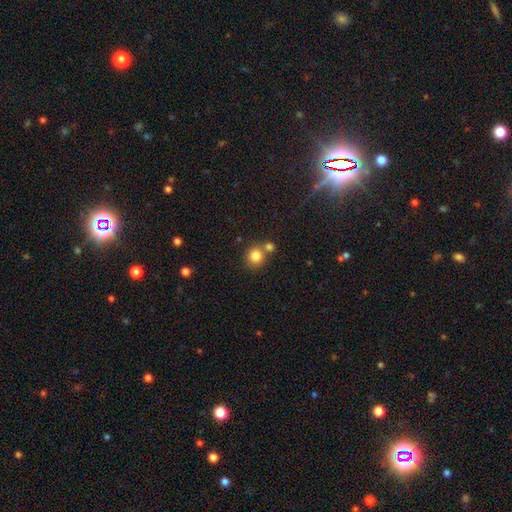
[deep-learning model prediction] smooth-or-featured: smooth: 82% | star or artifact: 11% | featured or disk: 7%
  how-rounded: round: 86% | in between: 13% | cigar-shaped: 1%
  merging: none: 58% | merger: 31% | minor disturbance: 8% | major disturbance: 3%